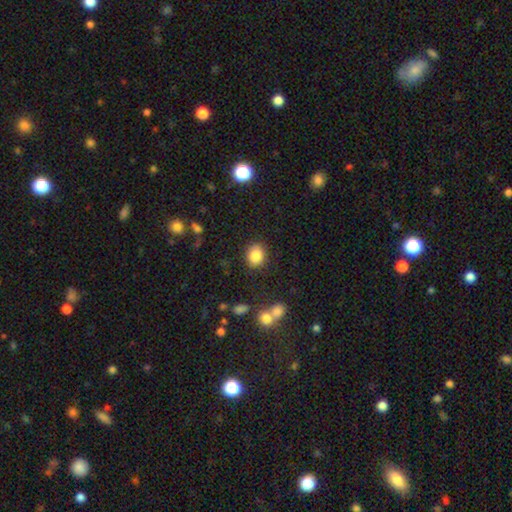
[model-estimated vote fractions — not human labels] Q: Smooth or featured?
A: smooth (84%); runner-up: star or artifact (9%)
Q: How rounded?
A: round (57%); runner-up: in between (42%)
Q: Merging?
A: none (84%); runner-up: minor disturbance (10%)